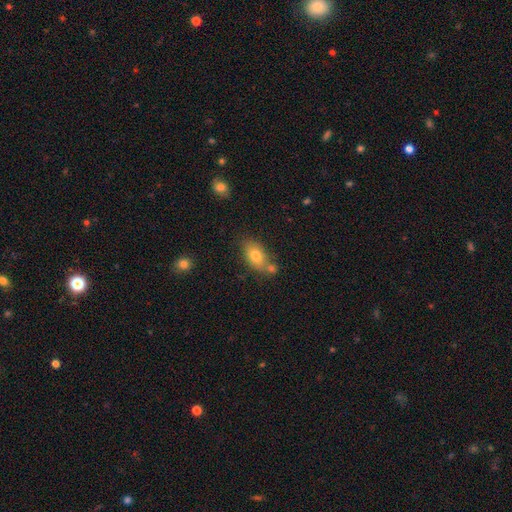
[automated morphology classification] Q: Smooth or featured?
A: smooth (78%); runner-up: featured or disk (14%)
Q: How rounded?
A: in between (86%); runner-up: round (10%)
Q: Merging?
A: none (59%); runner-up: merger (22%)